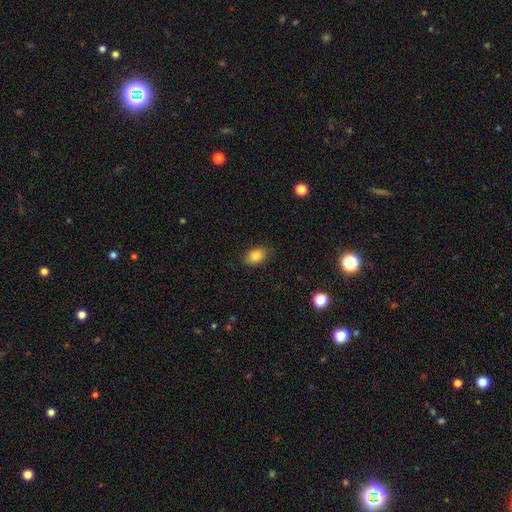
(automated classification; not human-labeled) Smooth or featured? smooth (84%)
How rounded? in between (81%)
Merging? none (85%)